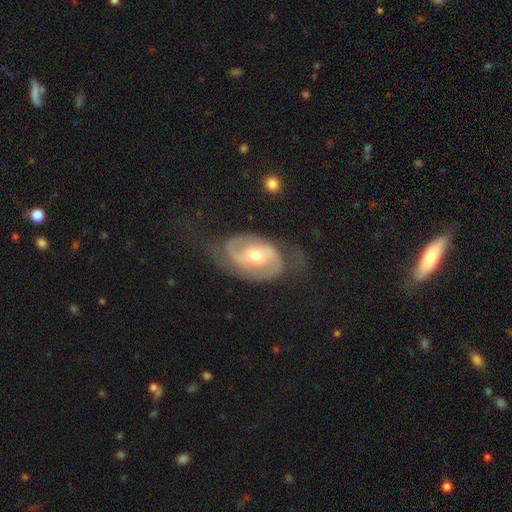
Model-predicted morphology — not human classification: featured or disk 83%, smooth 12%, star or artifact 5%. Down the decision tree: edge-on disk — no (96%); bar — weak (41%); spiral arms — yes (89%); spiral arm count — 2 (85%); spiral winding — medium (45%); bulge size — moderate (63%); merging — none (64%).